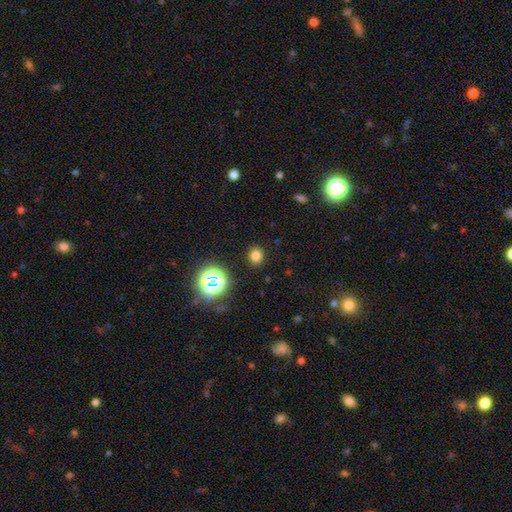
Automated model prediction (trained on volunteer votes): smooth 75%, star or artifact 20%, featured or disk 5%. Down the decision tree: how rounded — round (70%); merging — none (89%).